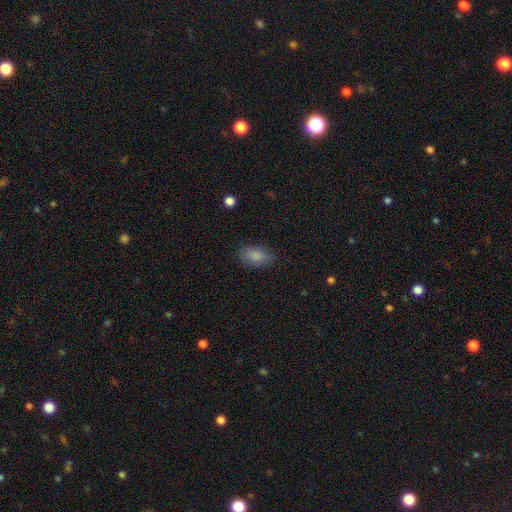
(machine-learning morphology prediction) Smooth or featured? Predicted: smooth (p=0.85). How rounded? Predicted: in between (p=0.90). Merging? Predicted: none (p=0.82).